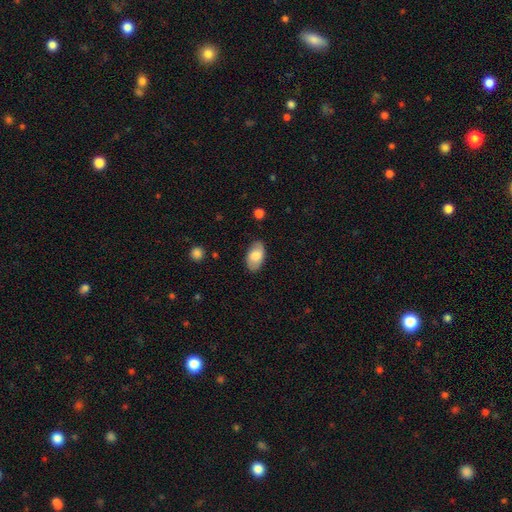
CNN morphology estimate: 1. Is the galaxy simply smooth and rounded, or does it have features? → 80% smooth, 14% featured or disk, 6% star or artifact.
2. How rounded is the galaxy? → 95% in between, 4% round, 2% cigar-shaped.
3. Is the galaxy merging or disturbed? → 81% none, 15% minor disturbance, 3% major disturbance, 1% merger.